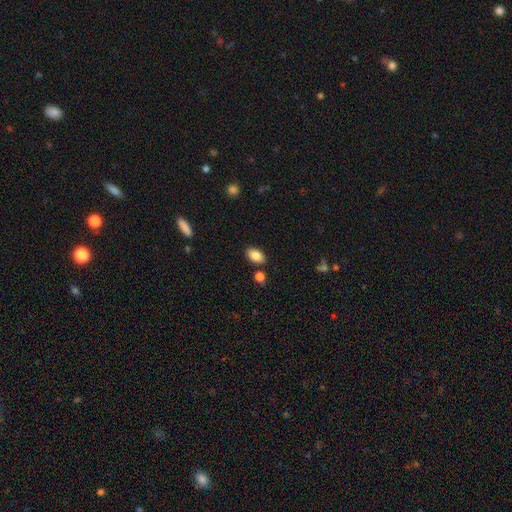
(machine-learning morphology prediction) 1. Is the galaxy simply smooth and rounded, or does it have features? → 86% smooth, 8% star or artifact, 6% featured or disk.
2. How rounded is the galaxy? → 90% in between, 8% round, 1% cigar-shaped.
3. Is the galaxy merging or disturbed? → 84% none, 9% minor disturbance, 5% merger, 2% major disturbance.